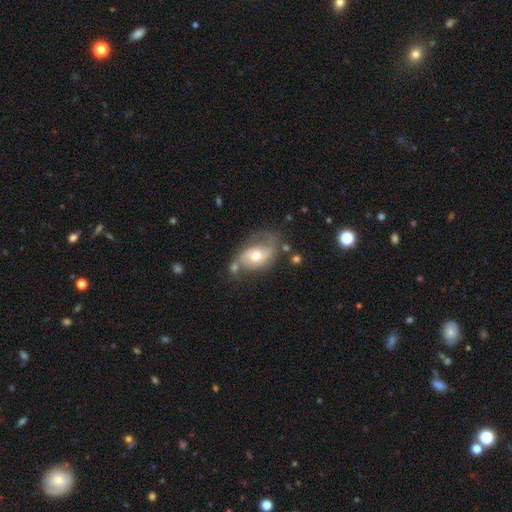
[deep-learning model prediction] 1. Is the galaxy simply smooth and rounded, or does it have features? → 62% featured or disk, 30% smooth, 7% star or artifact.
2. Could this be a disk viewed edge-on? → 95% no, 5% yes.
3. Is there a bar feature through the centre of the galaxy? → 63% no, 27% weak, 10% strong.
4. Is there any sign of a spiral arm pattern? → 74% yes, 26% no.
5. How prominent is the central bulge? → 71% moderate, 21% small, 7% large, 1% dominant, 1% none.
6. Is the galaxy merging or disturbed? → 47% none, 26% minor disturbance, 16% major disturbance, 11% merger.